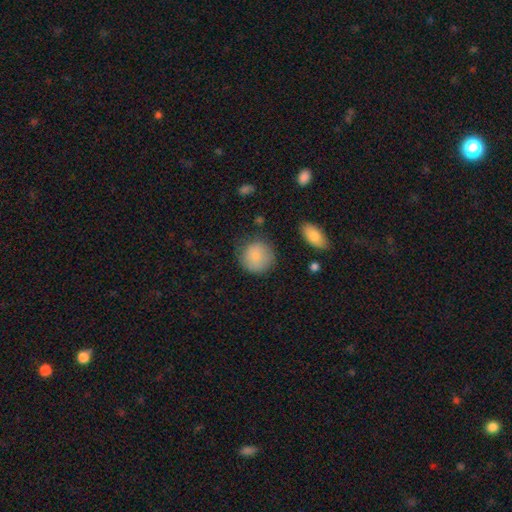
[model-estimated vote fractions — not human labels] Smooth or featured?
  - smooth: 83% *
  - featured or disk: 9%
  - star or artifact: 8%
How rounded?
  - round: 90% *
  - in between: 9%
  - cigar-shaped: 1%
Merging?
  - none: 75% *
  - minor disturbance: 17%
  - major disturbance: 6%
  - merger: 2%